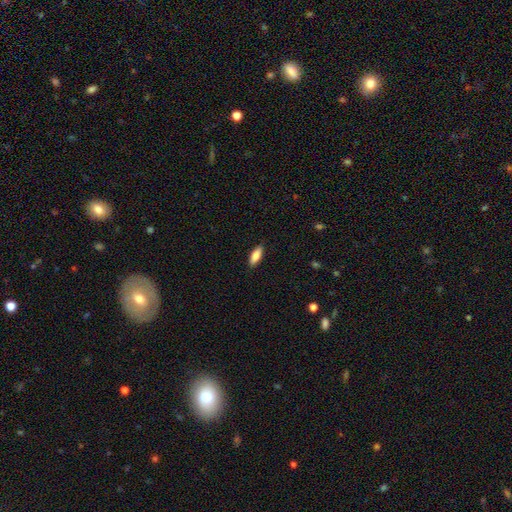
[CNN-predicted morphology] The model was most divided on "how rounded": in between: 68%, cigar-shaped: 30%, round: 2%. More confident: merging — none (88%); smooth or featured — smooth (83%).